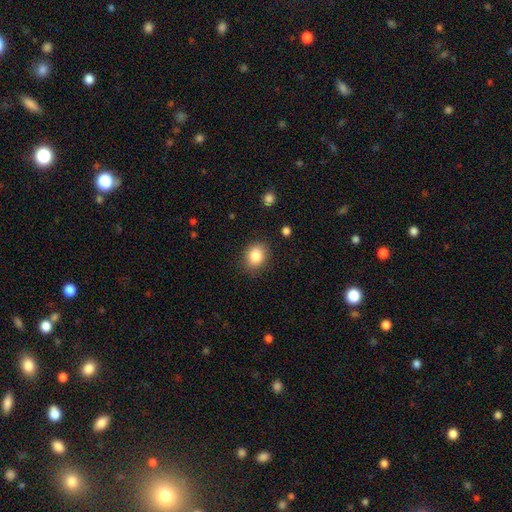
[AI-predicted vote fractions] Smooth or featured? smooth (85%)
How rounded? round (51%)
Merging? none (85%)